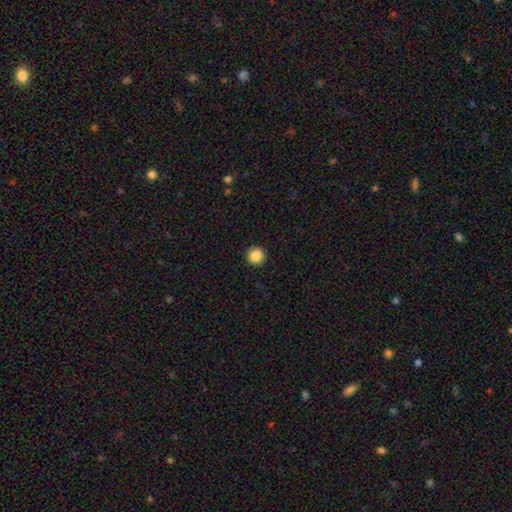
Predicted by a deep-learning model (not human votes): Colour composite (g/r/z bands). It shows a smooth galaxy with no disk features (87%) that is round (96%). Merging: none (93%).